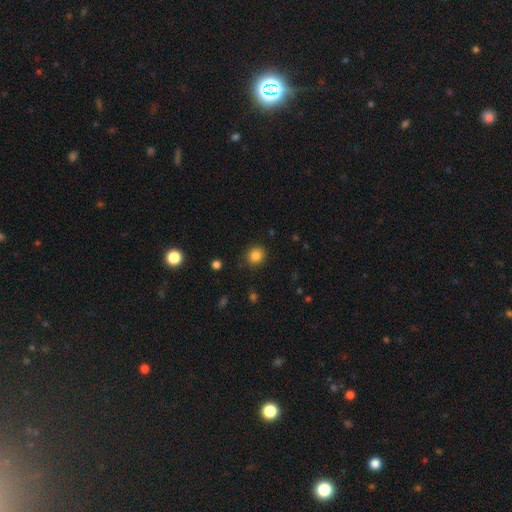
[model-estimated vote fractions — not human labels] Smooth or featured?
  - smooth: 84% *
  - star or artifact: 11%
  - featured or disk: 5%
How rounded?
  - round: 83% *
  - in between: 17%
  - cigar-shaped: 1%
Merging?
  - none: 88% *
  - minor disturbance: 8%
  - major disturbance: 3%
  - merger: 1%